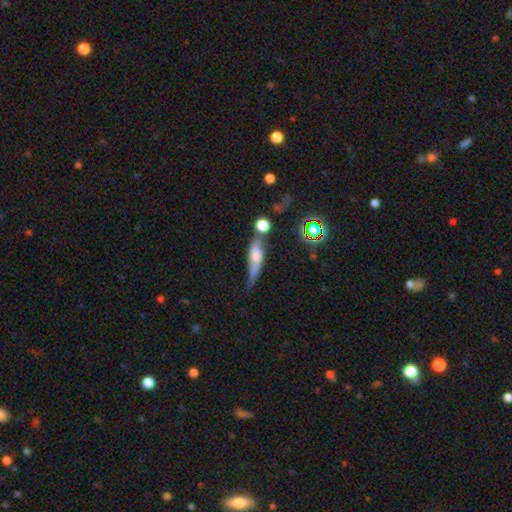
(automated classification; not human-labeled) Smooth or featured? Predicted: smooth (p=0.46). Merging? Predicted: none (p=0.38).